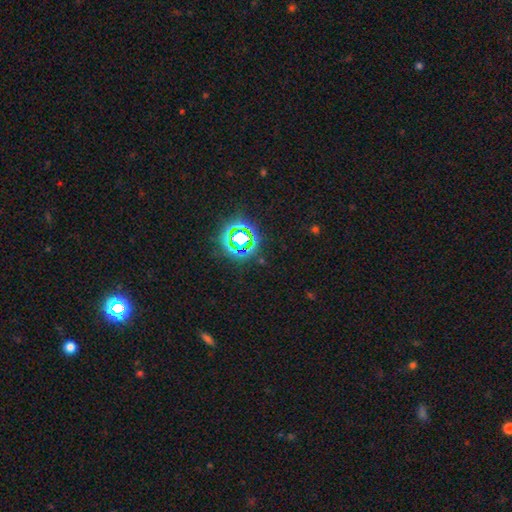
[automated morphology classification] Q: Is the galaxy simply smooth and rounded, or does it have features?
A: star or artifact — 77%.